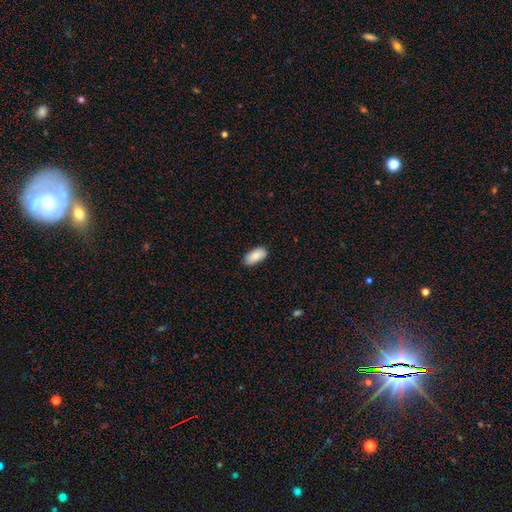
Volunteers were most divided on "smooth or featured": smooth: 84%, featured or disk: 8%, star or artifact: 8%. More confident: merging — none (97%); how rounded — in between (94%).